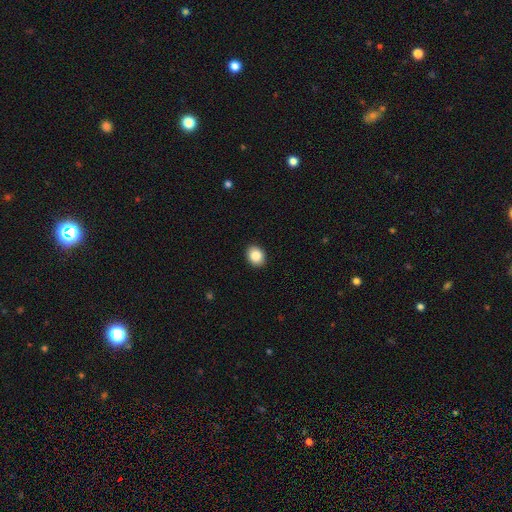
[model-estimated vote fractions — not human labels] The model was most divided on "how rounded": in between: 53%, round: 46%, cigar-shaped: 1%. More confident: merging — none (92%); smooth or featured — smooth (86%).